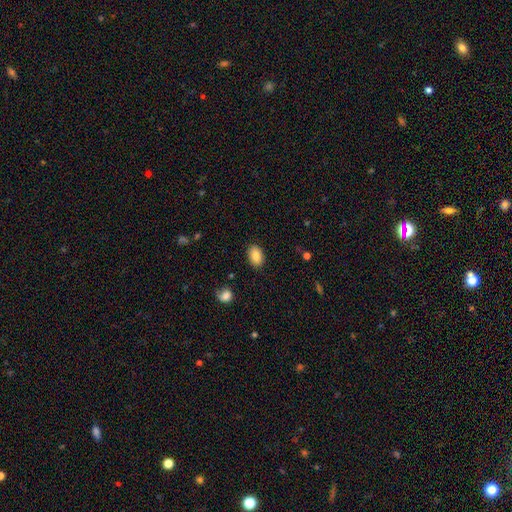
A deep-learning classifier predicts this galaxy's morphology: A smooth galaxy with no disk features (85%) that is in between round and cigar-shaped (88%). Merging: none (87%).